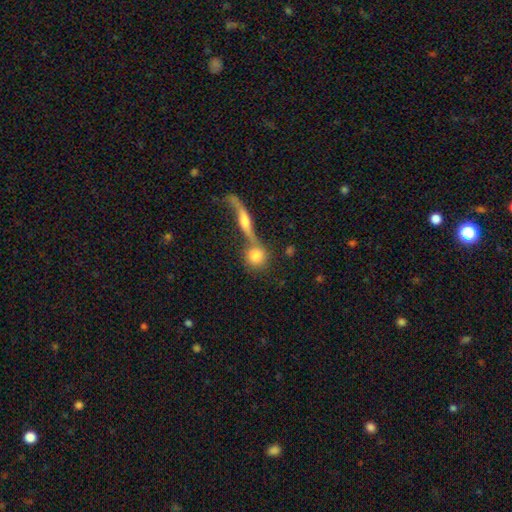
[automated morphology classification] Smooth or featured? Predicted: smooth (p=0.75). How rounded? Predicted: round (p=0.82). Merging? Predicted: none (p=0.50).